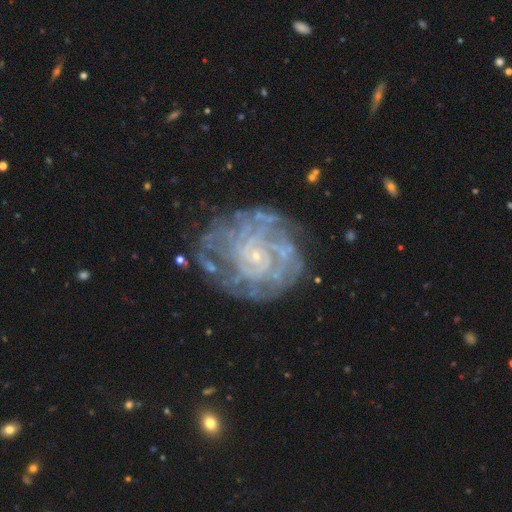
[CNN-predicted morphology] Smooth or featured: featured or disk — 85% (smooth — 8%)
Edge-on disk: no — 97% (yes — 3%)
Bar: no — 77% (weak — 18%)
Spiral arms: yes — 92% (no — 8%)
Spiral winding: tight — 76% (medium — 19%)
Spiral arm count: can't tell — 36% (4 — 18%)
Bulge size: small — 87% (moderate — 6%)
Merging: none — 67% (minor disturbance — 19%)